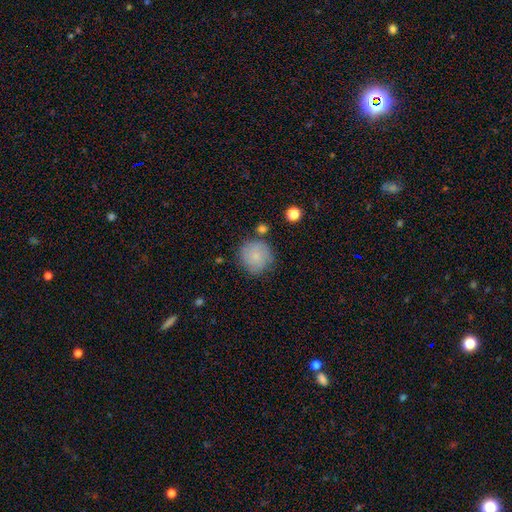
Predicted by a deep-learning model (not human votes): smooth 75%, featured or disk 17%, star or artifact 8%. Down the decision tree: how rounded — round (92%); merging — none (74%).